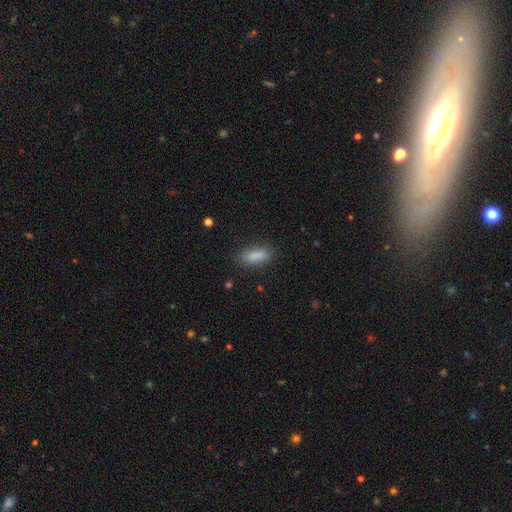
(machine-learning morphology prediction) A smooth galaxy with no disk features (87%) that is in between round and cigar-shaped (69%). Merging: none (84%).